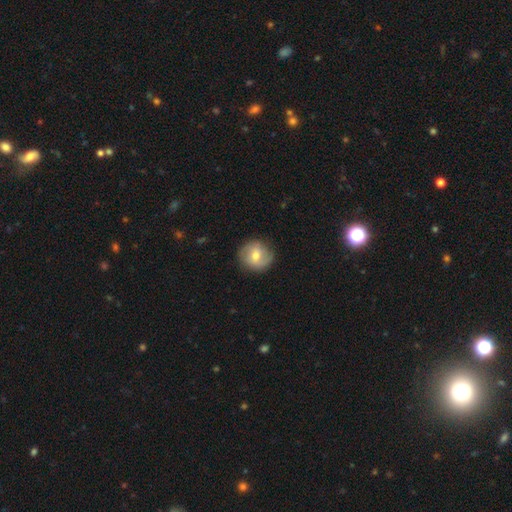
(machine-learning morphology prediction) This appears to be a smooth galaxy with no disk features (61%) that is round (89%). Merging: none (82%).